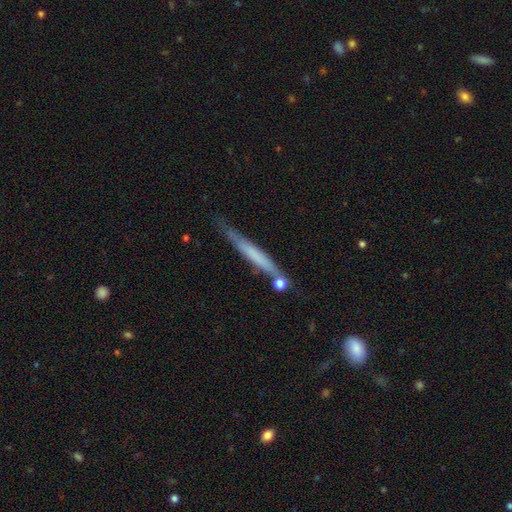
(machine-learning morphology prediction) Overall: smooth (52%; featured or disk 41%). How rounded: cigar-shaped (95%). Merging: none (63%).